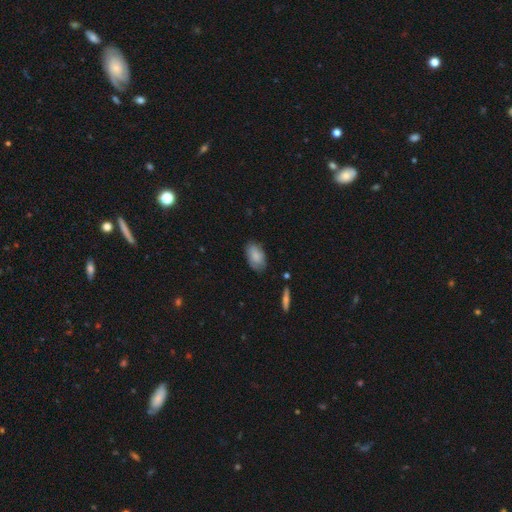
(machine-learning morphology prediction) Smooth or featured? smooth (83%)
How rounded? in between (93%)
Merging? none (76%)